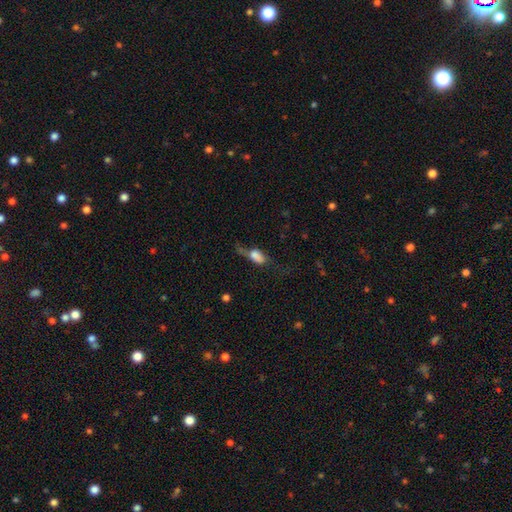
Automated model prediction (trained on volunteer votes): smooth 66%, featured or disk 24%, star or artifact 10%. Down the decision tree: how rounded — in between (80%); merging — major disturbance (41%).